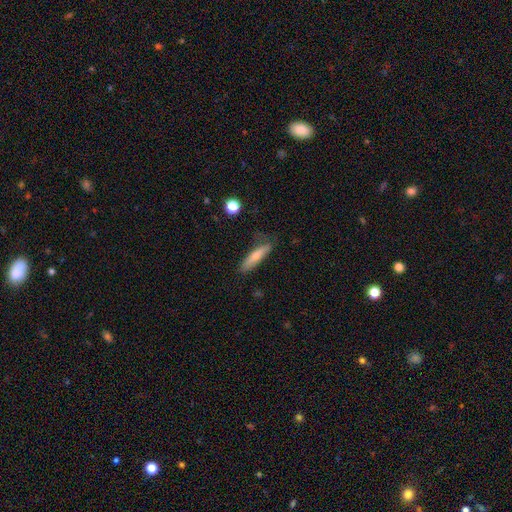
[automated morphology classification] Smooth or featured?
  - smooth: 60% *
  - featured or disk: 33%
  - star or artifact: 7%
How rounded?
  - cigar-shaped: 83% *
  - in between: 16%
  - round: 2%
Merging?
  - none: 75% *
  - minor disturbance: 19%
  - major disturbance: 4%
  - merger: 2%